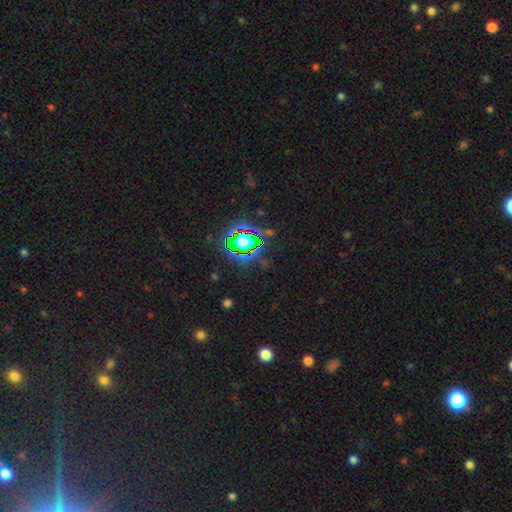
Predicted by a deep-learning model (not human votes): smooth-or-featured: star or artifact: 80% | smooth: 12% | featured or disk: 8%